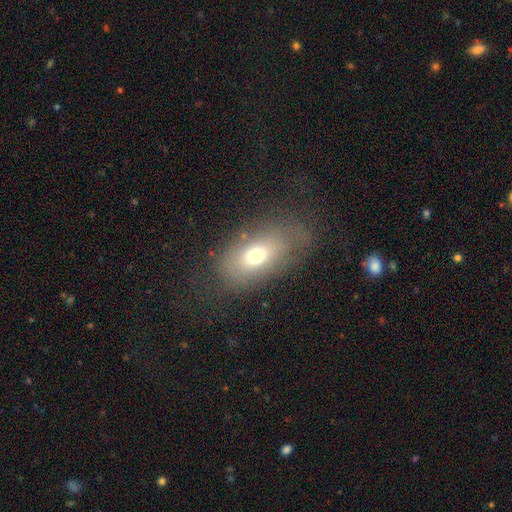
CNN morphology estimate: Smooth or featured: smooth — 67% (featured or disk — 21%)
How rounded: in between — 85% (round — 13%)
Merging: none — 63% (minor disturbance — 20%)